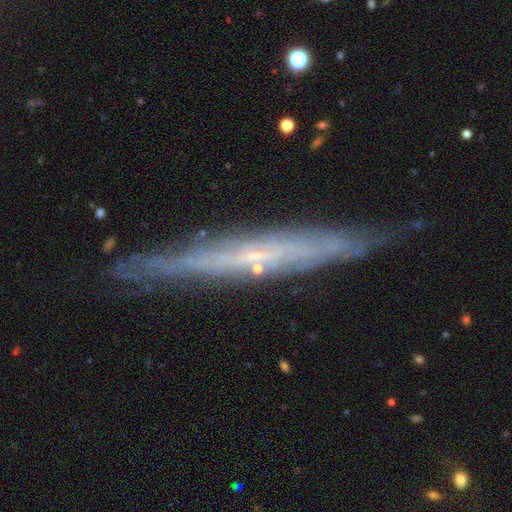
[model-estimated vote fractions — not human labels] featured or disk 72%, smooth 20%, star or artifact 8%. Down the decision tree: edge-on disk — yes (91%); edge-on bulge — none (76%); merging — none (83%).